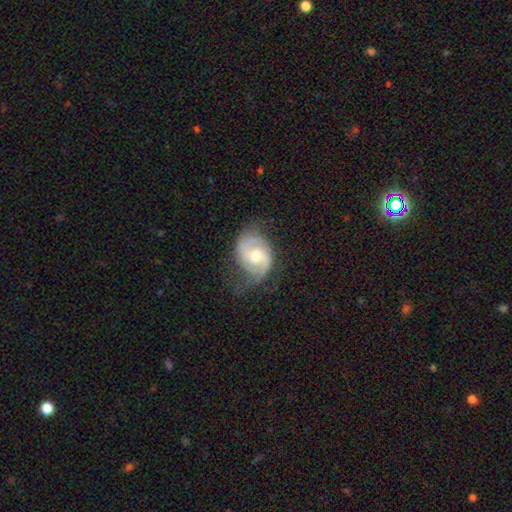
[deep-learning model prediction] Smooth or featured? Predicted: featured or disk (p=0.80). Edge-on disk? Predicted: no (p=0.97). Bar? Predicted: weak (p=0.48). Spiral arms? Predicted: yes (p=0.93). Spiral winding? Predicted: medium (p=0.48). Spiral arm count? Predicted: 2 (p=0.81). Bulge size? Predicted: moderate (p=0.67). Merging? Predicted: none (p=0.54).